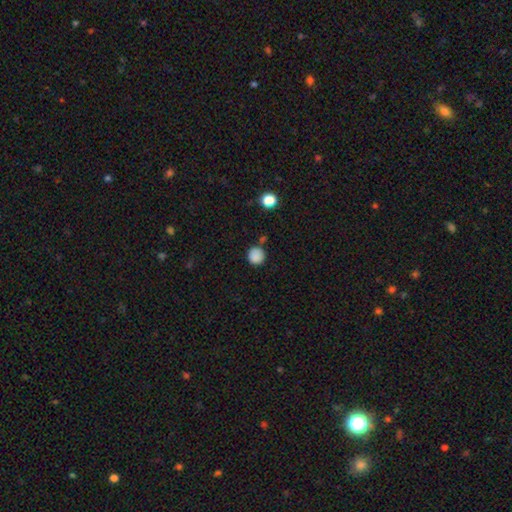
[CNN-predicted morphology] Smooth or featured? Predicted: smooth (p=0.86). How rounded? Predicted: round (p=0.93). Merging? Predicted: none (p=0.80).